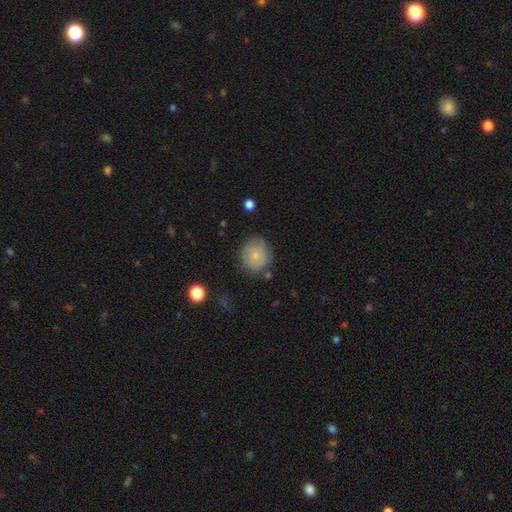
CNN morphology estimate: Q: Smooth or featured?
A: smooth (76%); runner-up: featured or disk (16%)
Q: How rounded?
A: round (86%); runner-up: in between (13%)
Q: Merging?
A: none (74%); runner-up: minor disturbance (17%)